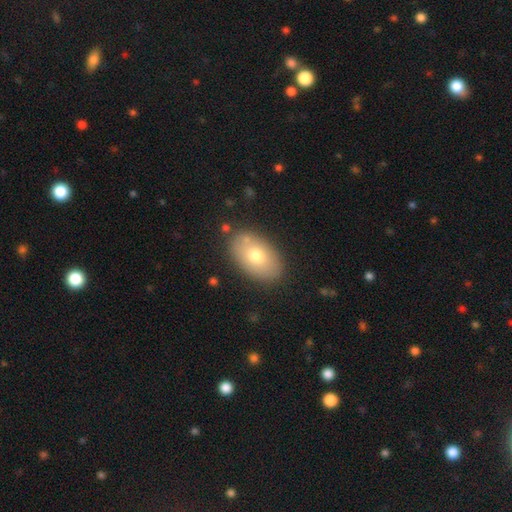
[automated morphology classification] A smooth galaxy with no disk features (71%) that is in between round and cigar-shaped (91%).

Vote fractions:
- Smooth or featured? smooth: 71% / featured or disk: 21% / star or artifact: 7%
- How rounded? in between: 91% / round: 8% / cigar-shaped: 1%
- Merging? none: 83% / minor disturbance: 11% / major disturbance: 3% / merger: 3%